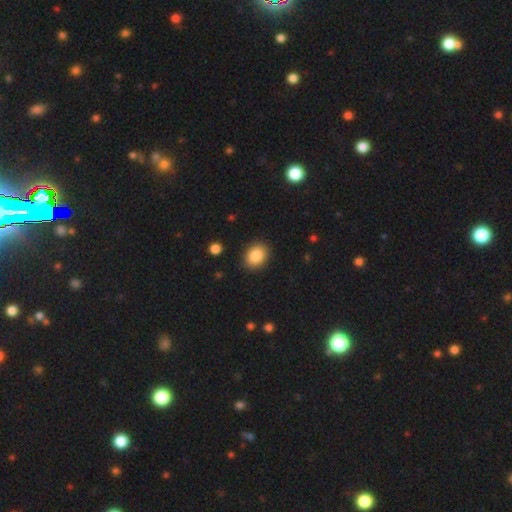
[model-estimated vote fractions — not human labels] smooth 87%, star or artifact 8%, featured or disk 5%. Down the decision tree: how rounded — in between (64%); merging — none (89%).